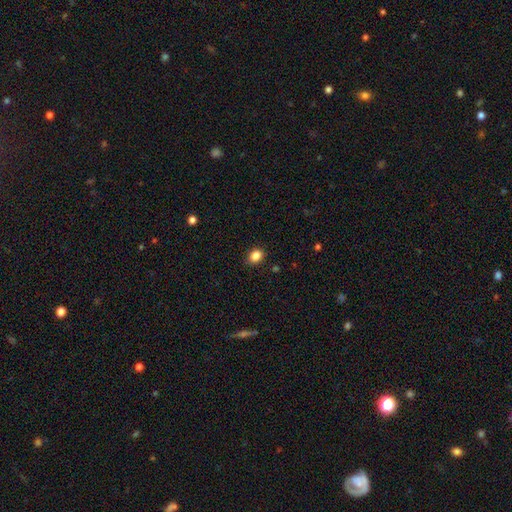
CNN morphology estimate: The model was most divided on "how rounded": in between: 56%, round: 43%, cigar-shaped: 1%. More confident: merging — none (86%); smooth or featured — smooth (85%).